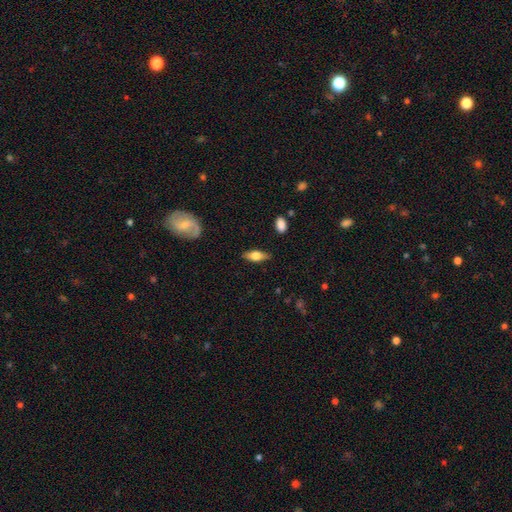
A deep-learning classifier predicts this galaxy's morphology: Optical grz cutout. It shows a smooth galaxy with no disk features (53%) that is in between round and cigar-shaped (73%). Merging: none (84%).